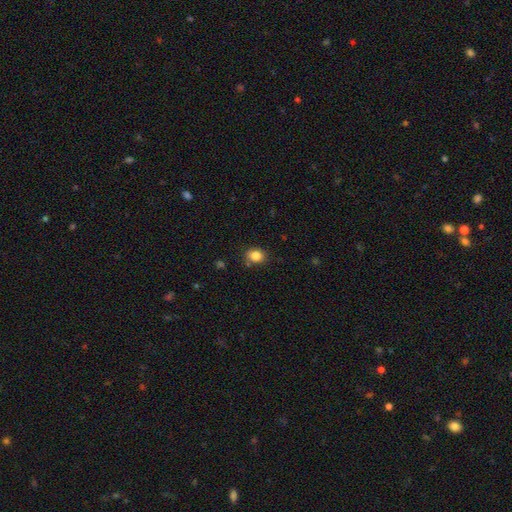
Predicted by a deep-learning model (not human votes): A smooth galaxy with no disk features (84%) that is round (57%). Merging: none (81%).